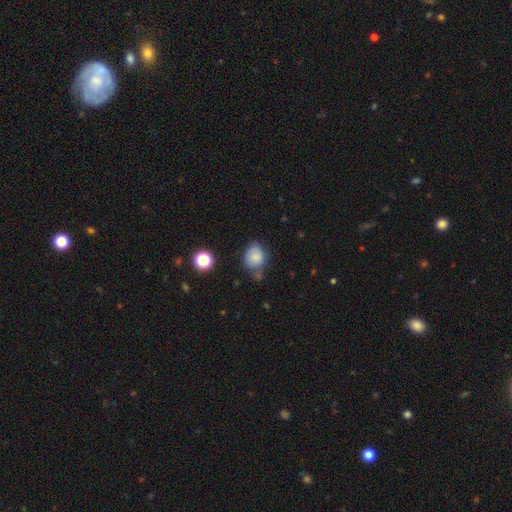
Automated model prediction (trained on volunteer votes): The model was most divided on "how rounded": round: 61%, in between: 38%, cigar-shaped: 1%. More confident: smooth or featured — smooth (81%); merging — none (59%).